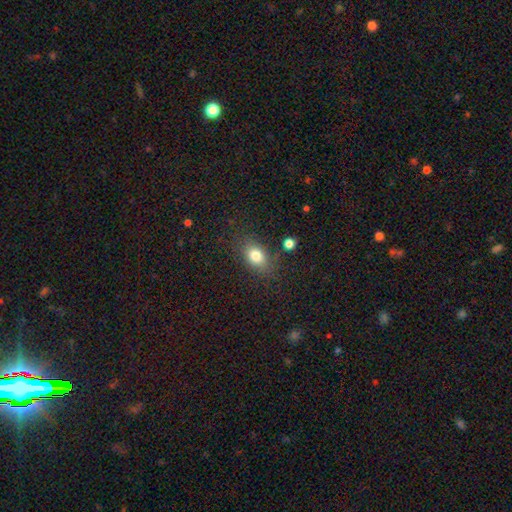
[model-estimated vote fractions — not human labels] This appears to be a smooth galaxy with no disk features (80%) that is in between round and cigar-shaped (73%). Merging: none (77%).